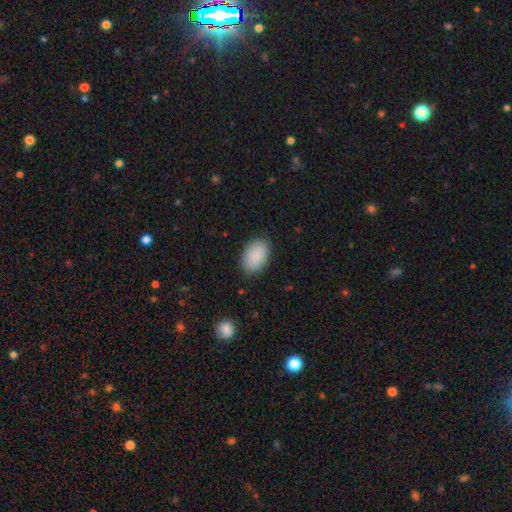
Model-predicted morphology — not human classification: Overall: smooth (90%). How rounded: in between (92%). Merging: none (86%).